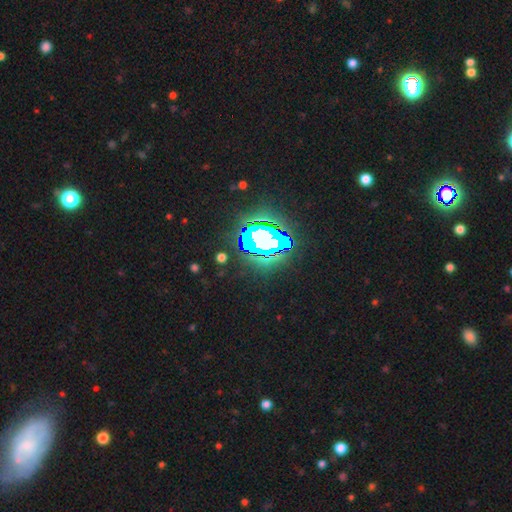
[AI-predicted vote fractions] smooth_or_featured: star or artifact (p=0.80) [alt: smooth p=0.12]